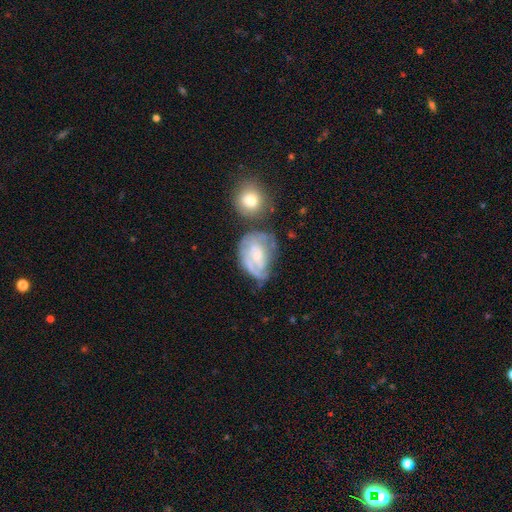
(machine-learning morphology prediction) Overall: featured or disk (68%). Edge-on disk: no (97%). Bar: no (61%; weak 32%). Spiral arms: yes (77%). Spiral arm count: can't tell (44%; 2 23%). Spiral winding: tight (54%; medium 32%). Bulge size: small (52%; moderate 38%). Merging: none (37%; minor disturbance 26%).